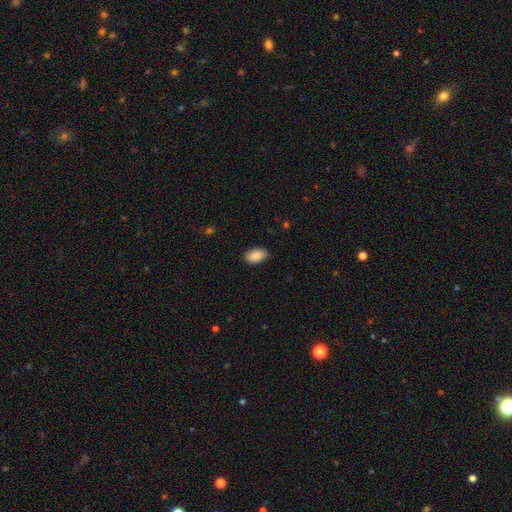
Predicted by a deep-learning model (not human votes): smooth-or-featured: smooth: 88% | star or artifact: 7% | featured or disk: 6%
  how-rounded: in between: 92% | round: 6% | cigar-shaped: 1%
  merging: none: 85% | minor disturbance: 12% | major disturbance: 2% | merger: 1%